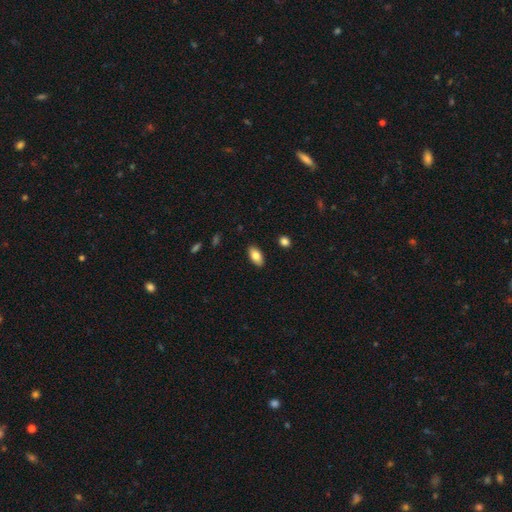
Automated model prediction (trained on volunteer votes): smooth-or-featured: smooth: 82% | featured or disk: 11% | star or artifact: 7%
  how-rounded: in between: 93% | cigar-shaped: 4% | round: 3%
  merging: none: 88% | minor disturbance: 8% | major disturbance: 2% | merger: 1%